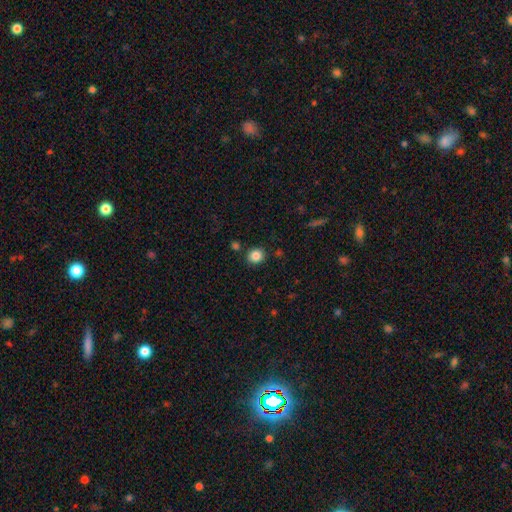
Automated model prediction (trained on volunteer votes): smooth_or_featured: smooth (p=0.85) [alt: star or artifact p=0.10]
how_rounded: round (p=0.84) [alt: in between p=0.15]
merging: none (p=0.87) [alt: minor disturbance p=0.07]